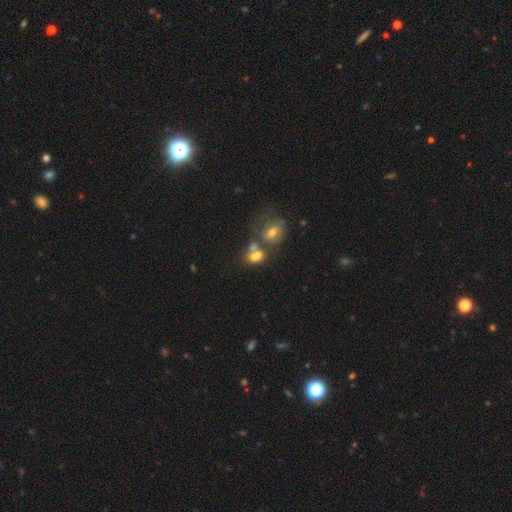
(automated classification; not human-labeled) Overall: smooth (67%). How rounded: in between (76%). Merging: merger (53%; none 28%).